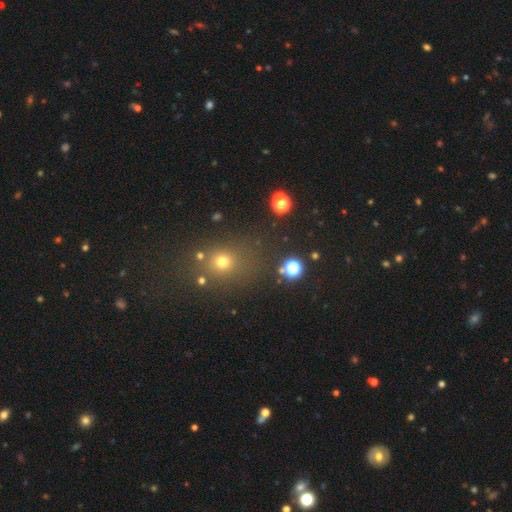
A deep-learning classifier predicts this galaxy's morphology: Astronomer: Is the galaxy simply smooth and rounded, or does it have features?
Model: smooth — 45%, tied with star or artifact at 45%.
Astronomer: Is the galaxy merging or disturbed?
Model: none — 73%.